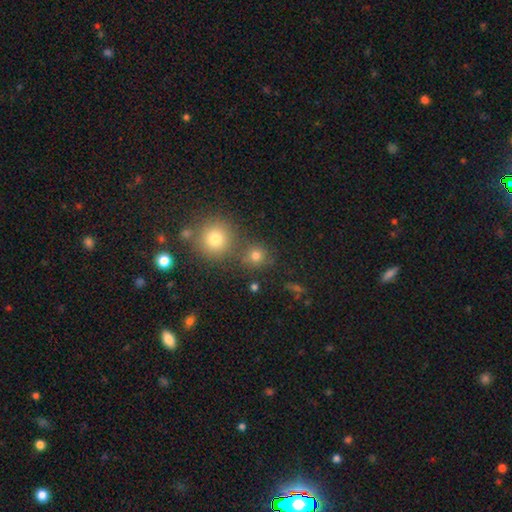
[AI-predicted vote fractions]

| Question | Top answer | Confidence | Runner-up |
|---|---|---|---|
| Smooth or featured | smooth | 74% | star or artifact (18%) |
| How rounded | round | 89% | in between (10%) |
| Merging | none | 68% | merger (20%) |